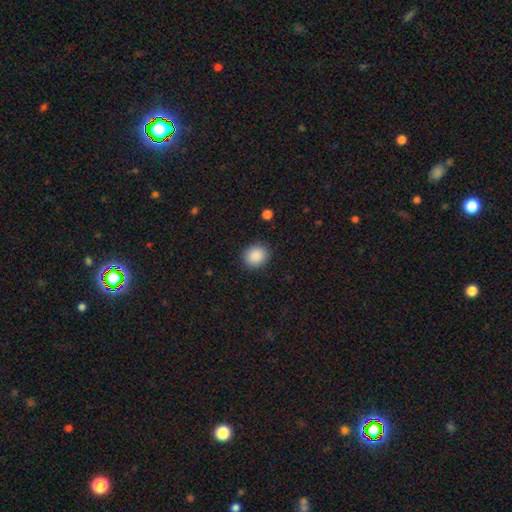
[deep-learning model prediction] smooth_or_featured: smooth (p=0.89) [alt: star or artifact p=0.08]
how_rounded: round (p=0.77) [alt: in between p=0.22]
merging: none (p=0.90) [alt: minor disturbance p=0.07]